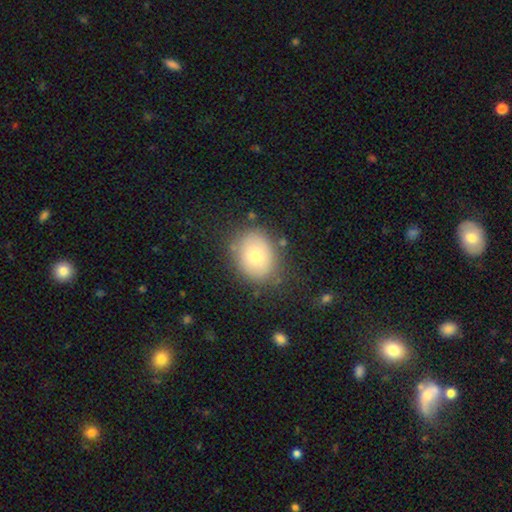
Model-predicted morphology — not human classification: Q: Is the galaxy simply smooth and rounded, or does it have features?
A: smooth — 73%.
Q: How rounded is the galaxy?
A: in between — 51%.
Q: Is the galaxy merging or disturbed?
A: none — 76%.